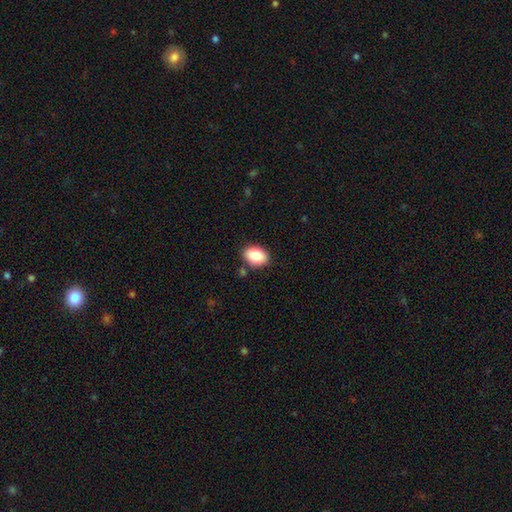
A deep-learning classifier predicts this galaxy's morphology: This is clearly a smooth galaxy (86%). How rounded: clearly in between (82%). Merging: clearly none (84%).